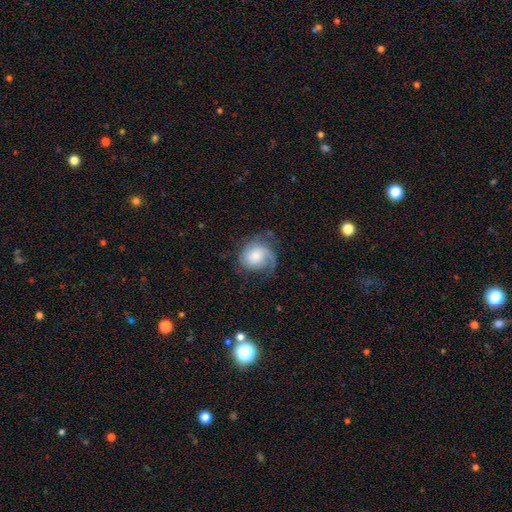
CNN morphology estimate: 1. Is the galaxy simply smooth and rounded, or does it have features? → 50% featured or disk, 42% smooth, 8% star or artifact.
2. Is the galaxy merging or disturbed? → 53% none, 27% minor disturbance, 19% major disturbance, 2% merger.